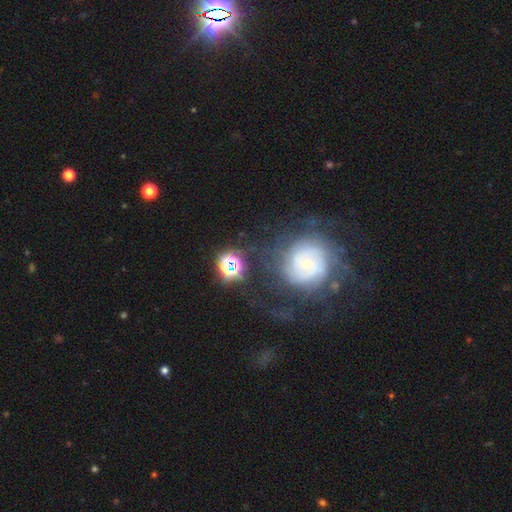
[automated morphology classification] A featured or disk galaxy (52%).

Vote fractions:
- Smooth or featured? featured or disk: 52% / smooth: 28% / star or artifact: 20%
- Edge-on disk? no: 95% / yes: 5%
- Merging? none: 61% / major disturbance: 18% / minor disturbance: 16% / merger: 5%